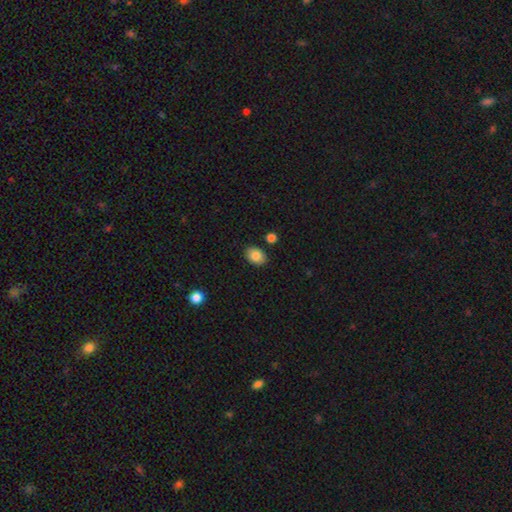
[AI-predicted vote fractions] A smooth galaxy with no disk features (84%) that is in between round and cigar-shaped (73%).

Vote fractions:
- Smooth or featured? smooth: 84% / star or artifact: 8% / featured or disk: 8%
- How rounded? in between: 73% / round: 26% / cigar-shaped: 1%
- Merging? none: 85% / minor disturbance: 10% / merger: 3% / major disturbance: 2%